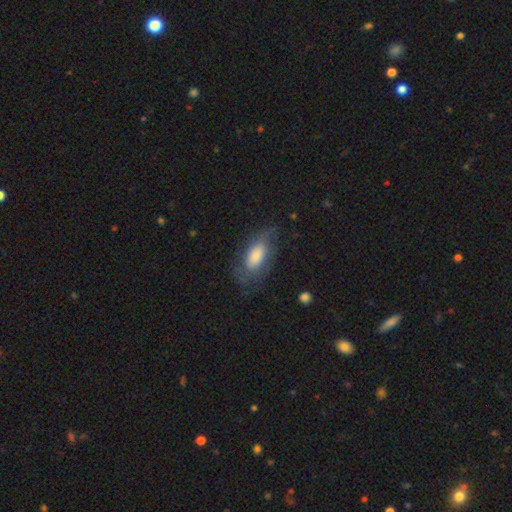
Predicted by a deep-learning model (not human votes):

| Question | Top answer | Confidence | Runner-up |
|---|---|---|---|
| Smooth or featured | smooth | 58% | featured or disk (35%) |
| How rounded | in between | 85% | cigar-shaped (11%) |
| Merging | none | 62% | minor disturbance (24%) |